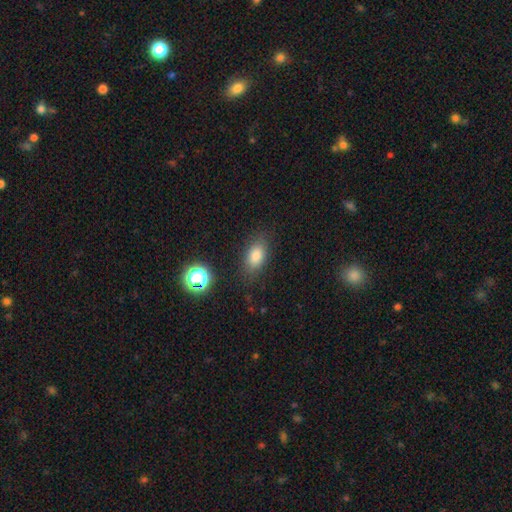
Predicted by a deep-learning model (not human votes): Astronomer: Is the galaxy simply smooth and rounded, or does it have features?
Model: smooth — 81%.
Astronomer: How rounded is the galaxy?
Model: in between — 85%.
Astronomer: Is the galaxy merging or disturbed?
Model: none — 83%.